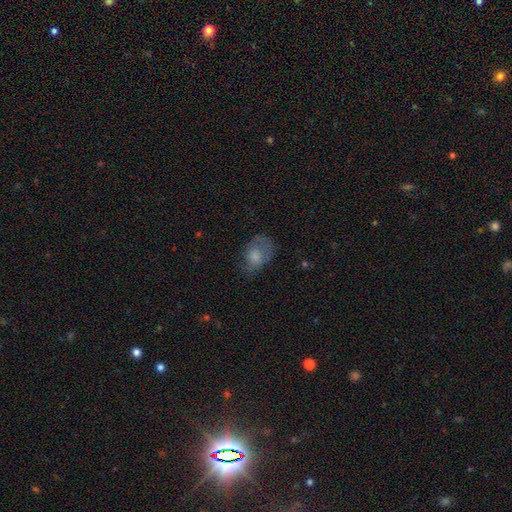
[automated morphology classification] Overall: smooth (68%). How rounded: in between (73%). Merging: none (42%; minor disturbance 29%).